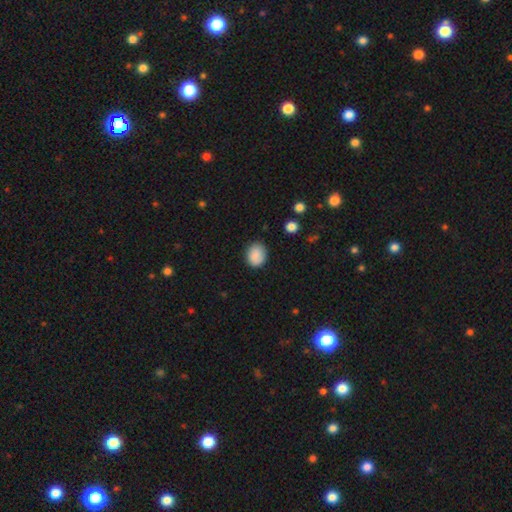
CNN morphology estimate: This appears to be a smooth galaxy with no disk features (88%) that is round (53%). Merging: none (81%).